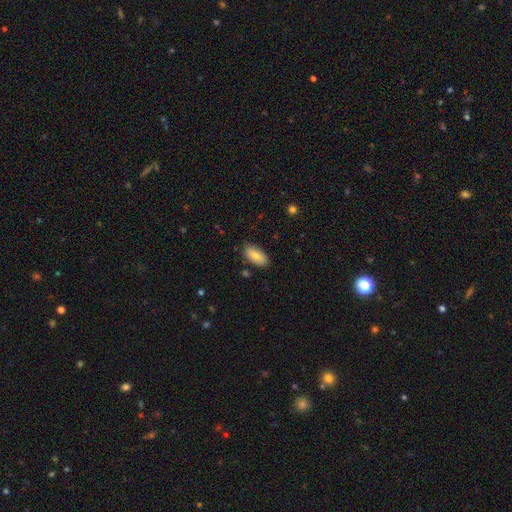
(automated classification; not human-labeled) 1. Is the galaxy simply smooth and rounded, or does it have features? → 80% smooth, 13% featured or disk, 7% star or artifact.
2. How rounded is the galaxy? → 92% in between, 5% cigar-shaped, 3% round.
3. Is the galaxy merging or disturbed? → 82% none, 13% minor disturbance, 2% major disturbance, 2% merger.